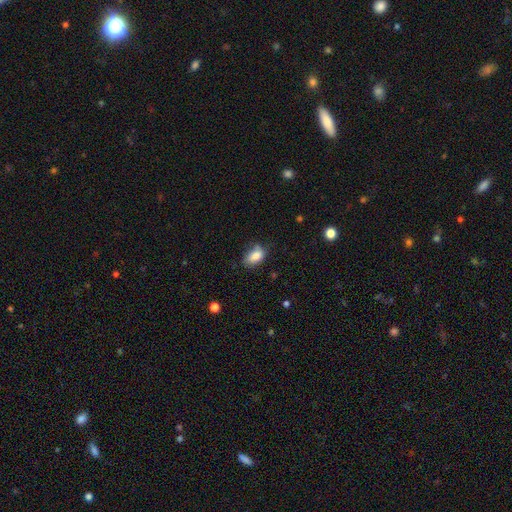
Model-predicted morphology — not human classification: This is clearly a smooth galaxy (83%). How rounded: clearly in between (88%). Merging: possibly none (57%).